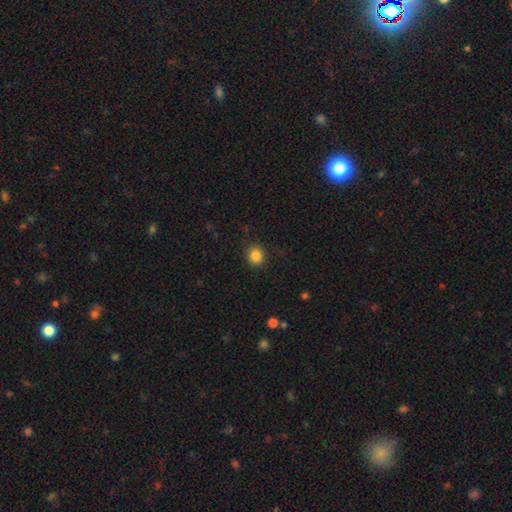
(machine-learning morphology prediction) This appears to be a smooth galaxy with no disk features (85%) that is round (79%). Merging: none (89%).